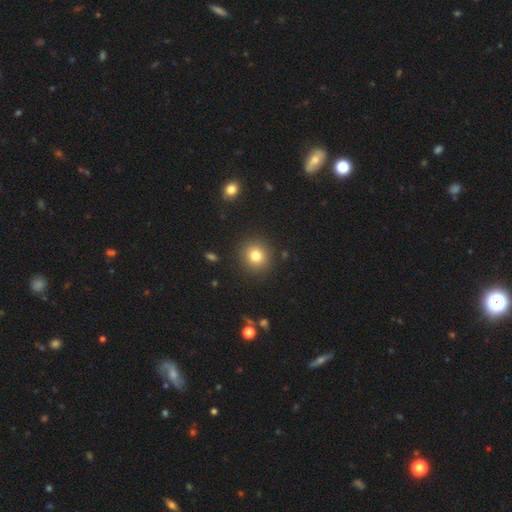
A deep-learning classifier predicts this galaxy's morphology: smooth 79%, star or artifact 13%, featured or disk 8%. Down the decision tree: how rounded — round (90%); merging — none (90%).